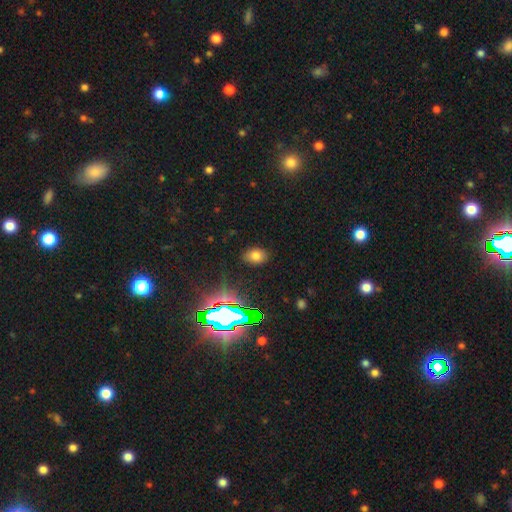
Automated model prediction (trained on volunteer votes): smooth 70%, star or artifact 22%, featured or disk 8%. Down the decision tree: how rounded — in between (71%); merging — none (84%).